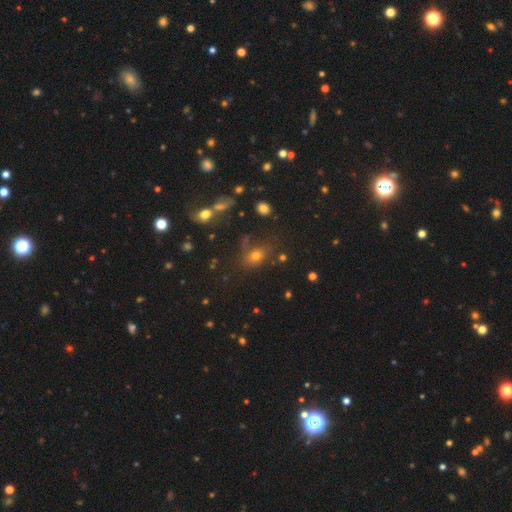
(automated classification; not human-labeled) smooth-or-featured: smooth: 60% | star or artifact: 27% | featured or disk: 13%
  how-rounded: in between: 49% (tied) | round: 49% (tied) | cigar-shaped: 2%
  merging: none: 63% | minor disturbance: 17% | major disturbance: 11% | merger: 9%